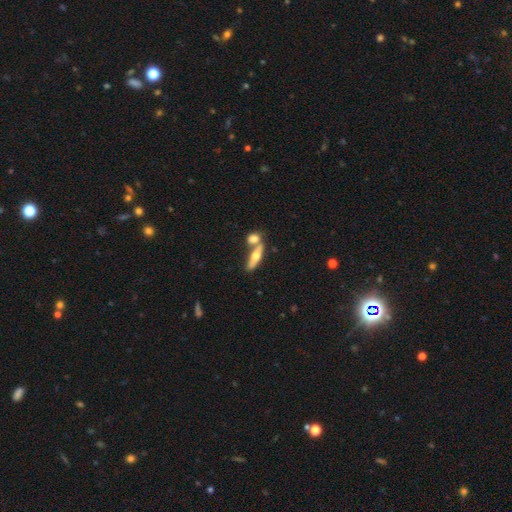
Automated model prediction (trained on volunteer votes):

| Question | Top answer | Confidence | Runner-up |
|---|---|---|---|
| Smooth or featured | featured or disk | 50% | smooth (44%) |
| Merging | none | 53% | merger (34%) |